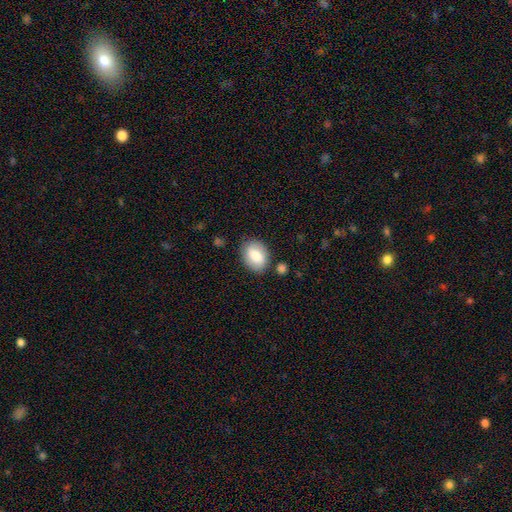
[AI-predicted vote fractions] A smooth galaxy with no disk features (79%) that is in between round and cigar-shaped (77%).

Vote fractions:
- Smooth or featured? smooth: 79% / featured or disk: 14% / star or artifact: 7%
- How rounded? in between: 77% / round: 21% / cigar-shaped: 1%
- Merging? none: 78% / minor disturbance: 14% / merger: 4% / major disturbance: 4%